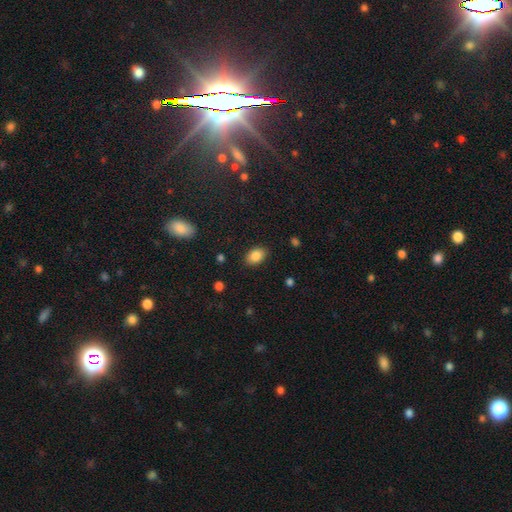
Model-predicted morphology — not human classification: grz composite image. It shows a smooth galaxy with no disk features (86%) that is in between round and cigar-shaped (86%). Merging: none (87%).